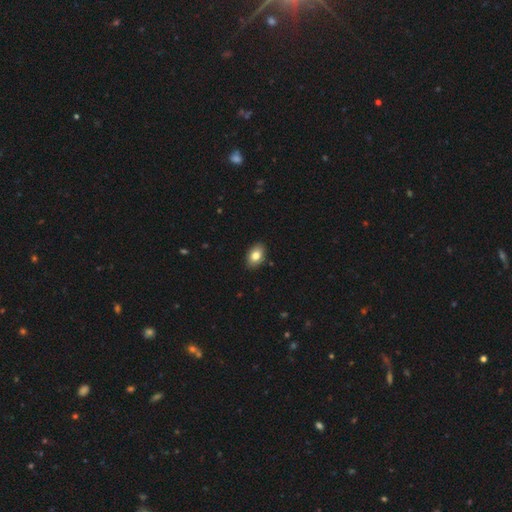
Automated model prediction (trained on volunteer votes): This appears to be a smooth galaxy with no disk features (82%) that is in between round and cigar-shaped (88%). Merging: none (89%).